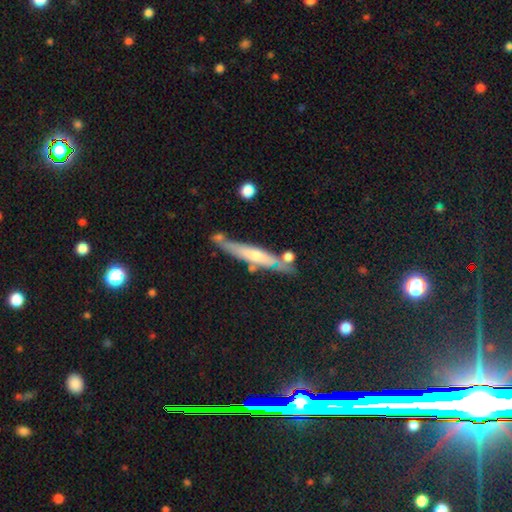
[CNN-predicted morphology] Overall: featured or disk (50%; smooth 42%). Merging: none (62%).